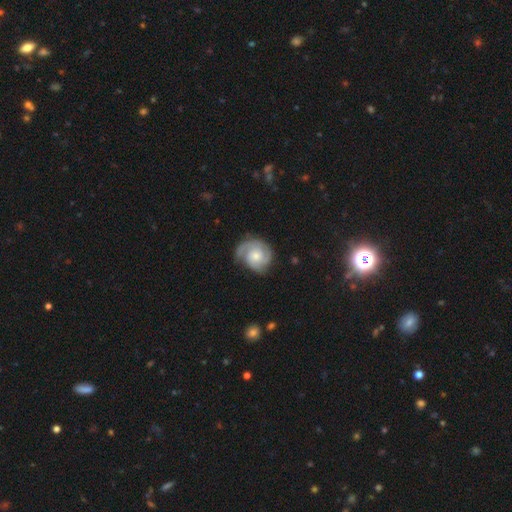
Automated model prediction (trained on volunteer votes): This is likely a featured or disk galaxy (80%). It is clearly not viewed edge-on (98%). Bar: likely no (72%). Spiral arm pattern: clearly yes (96%). Spiral arm count: possibly 2 (50%). Spiral winding: possibly tight (56%). Central bulge: possibly moderate (52%). Merging: likely none (68%).